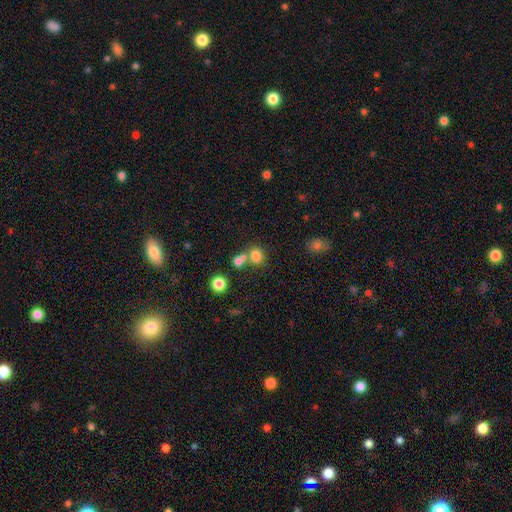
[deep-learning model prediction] Smooth or featured?
  - smooth: 78% *
  - star or artifact: 14%
  - featured or disk: 8%
How rounded?
  - round: 71% *
  - in between: 28%
  - cigar-shaped: 1%
Merging?
  - none: 51% *
  - merger: 36%
  - minor disturbance: 9%
  - major disturbance: 4%